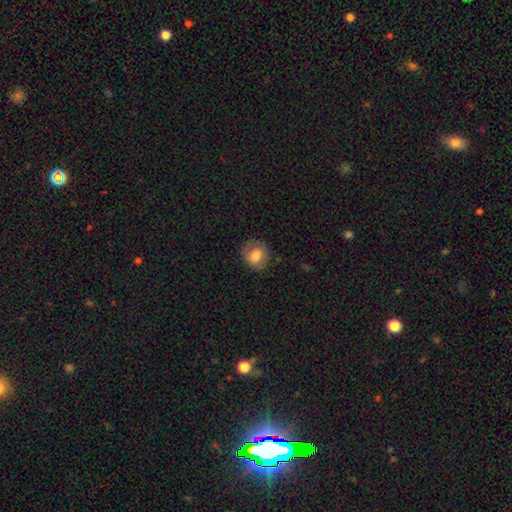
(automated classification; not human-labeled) The model was most divided on "how rounded": round: 73%, in between: 26%, cigar-shaped: 1%. More confident: merging — none (81%); smooth or featured — smooth (74%).